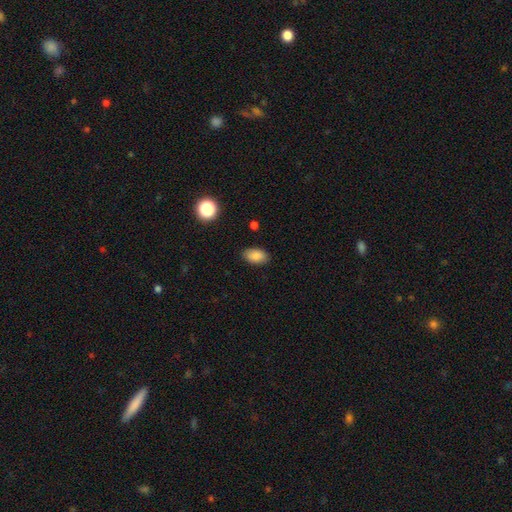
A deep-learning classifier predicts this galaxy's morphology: The model was most divided on "merging": none: 86%, minor disturbance: 10%, major disturbance: 2%, merger: 1%. More confident: how rounded — in between (90%); smooth or featured — smooth (86%).